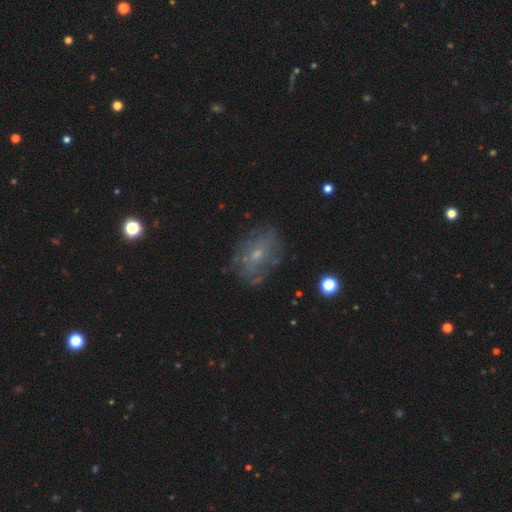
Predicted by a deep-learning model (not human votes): Smooth or featured: featured or disk — 56% (smooth — 32%)
Edge-on disk: no — 95% (yes — 5%)
Bar: no — 77% (weak — 20%)
Spiral arms: no — 57% (yes — 43%)
Bulge size: small — 65% (moderate — 29%)
Merging: none — 67% (minor disturbance — 20%)